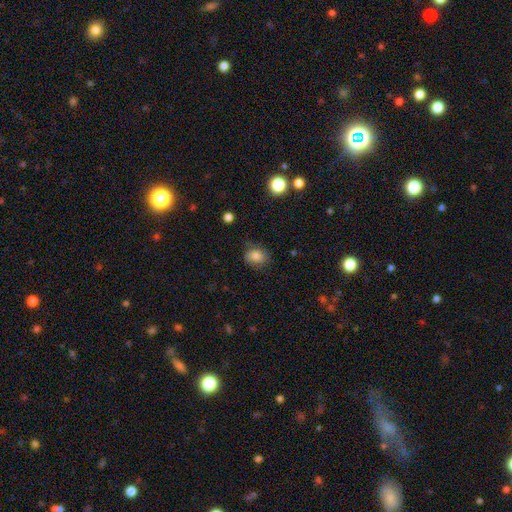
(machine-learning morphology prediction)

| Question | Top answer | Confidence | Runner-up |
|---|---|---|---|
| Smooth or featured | smooth | 81% | star or artifact (10%) |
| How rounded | round | 51% | in between (48%) |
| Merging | none | 73% | minor disturbance (20%) |